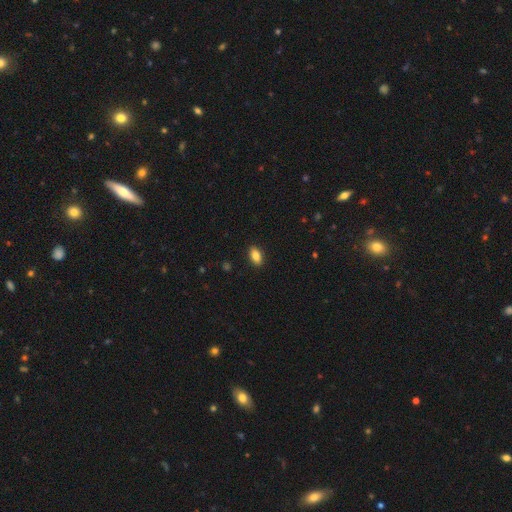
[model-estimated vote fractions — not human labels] smooth 85%, star or artifact 8%, featured or disk 7%. Down the decision tree: how rounded — in between (90%); merging — none (89%).